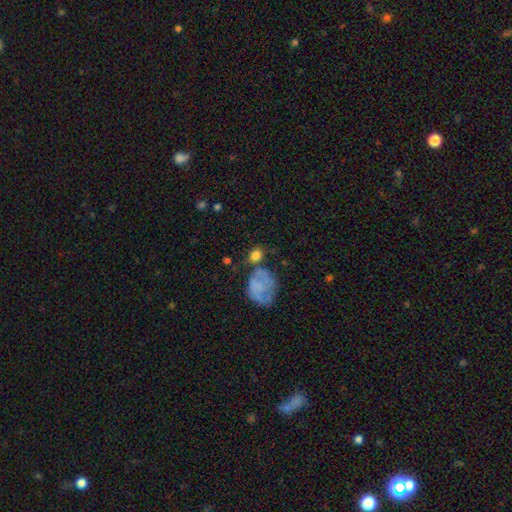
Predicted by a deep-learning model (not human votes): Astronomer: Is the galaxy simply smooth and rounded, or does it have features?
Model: smooth — 74%.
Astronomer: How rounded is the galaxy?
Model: round — 65%.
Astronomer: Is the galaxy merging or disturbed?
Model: none — 54%.